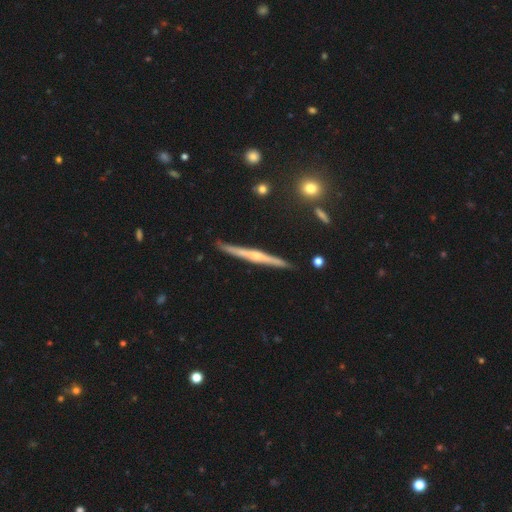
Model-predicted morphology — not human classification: This appears to be a featured or disk galaxy (78%) viewed edge-on (98%) with a rounded central bulge (73%). Merging: none (89%).